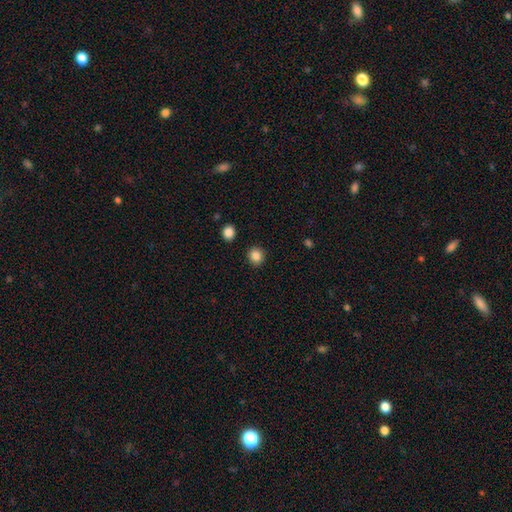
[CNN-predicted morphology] This appears to be a smooth galaxy with no disk features (86%) that is round (86%). Merging: none (90%).